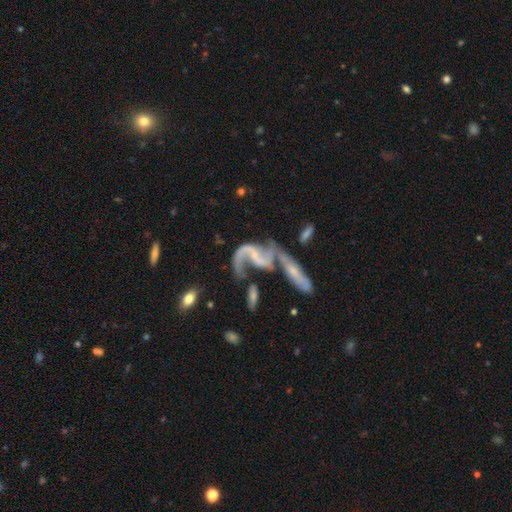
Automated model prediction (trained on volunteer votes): A featured or disk galaxy (85%) with no bar (42%), 2 (80%) loose (71%) spiral arms (90%) and a small central bulge (54%).

Vote fractions:
- Smooth or featured? featured or disk: 85% / smooth: 8% / star or artifact: 7%
- Edge-on disk? no: 95% / yes: 5%
- Bar? no: 42% / weak: 39% / strong: 19%
- Spiral arms? yes: 90% / no: 10%
- Spiral winding? loose: 71% / medium: 23% / tight: 6%
- Spiral arm count? 2: 80% / 1: 12% / can't tell: 4% / 3: 1% / 4: 1% / more than 4: 1%
- Bulge size? small: 54% / none: 29% / moderate: 14% / large: 2% / dominant: 1%
- Merging? merger: 46% / none: 23% / major disturbance: 19% / minor disturbance: 12%